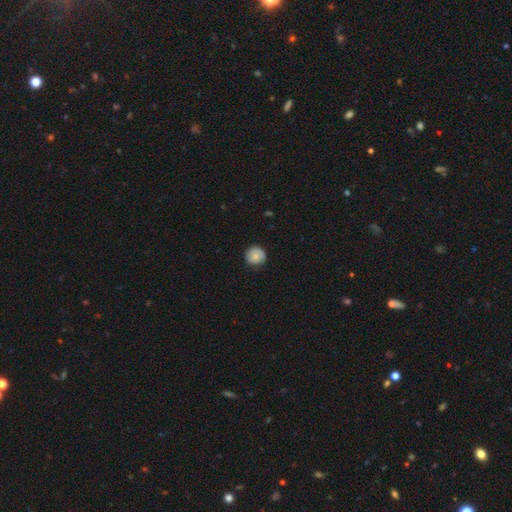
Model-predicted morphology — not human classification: smooth-or-featured: smooth: 82% | featured or disk: 11% | star or artifact: 7%
  how-rounded: round: 92% | in between: 7% | cigar-shaped: 1%
  merging: none: 84% | minor disturbance: 13% | major disturbance: 2% | merger: 1%